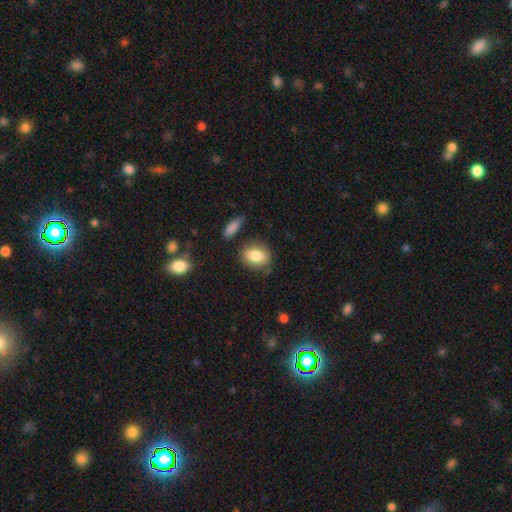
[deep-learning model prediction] Smooth or featured?
  - smooth: 83% *
  - featured or disk: 9%
  - star or artifact: 8%
How rounded?
  - in between: 67% *
  - round: 31%
  - cigar-shaped: 2%
Merging?
  - none: 72% *
  - minor disturbance: 18%
  - merger: 6%
  - major disturbance: 5%